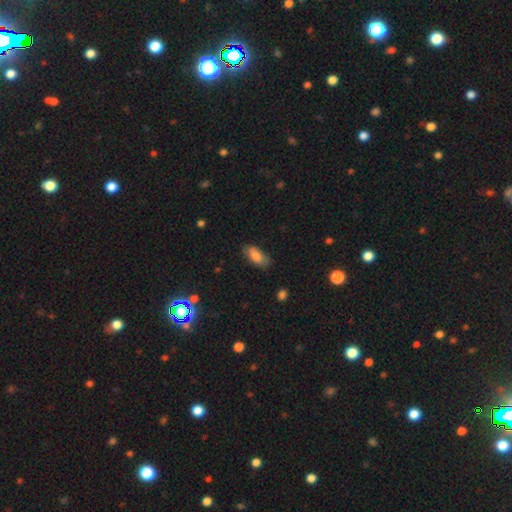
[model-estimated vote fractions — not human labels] This is clearly a smooth galaxy (82%). How rounded: clearly in between (87%). Merging: likely none (76%).